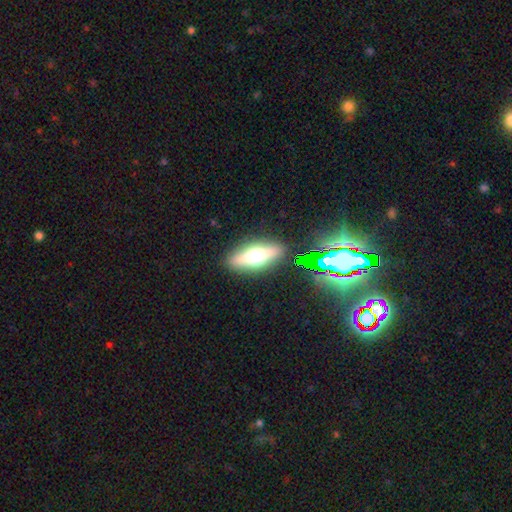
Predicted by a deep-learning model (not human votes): Smooth or featured? Predicted: featured or disk (p=0.53). Edge-on disk? Predicted: yes (p=0.87). Merging? Predicted: none (p=0.87).